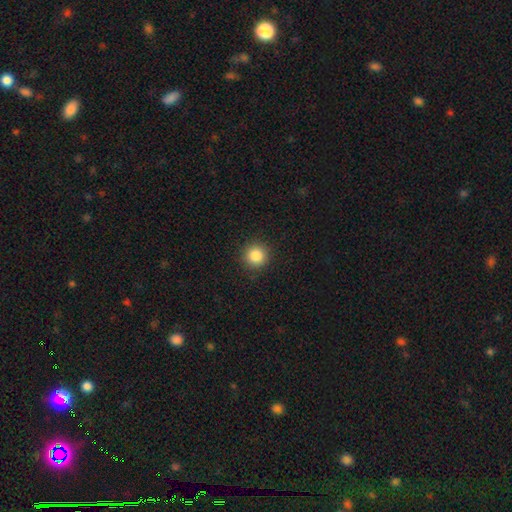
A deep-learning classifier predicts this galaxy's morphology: The model was most divided on "smooth or featured": smooth: 86%, star or artifact: 10%, featured or disk: 4%. More confident: how rounded — round (94%); merging — none (91%).